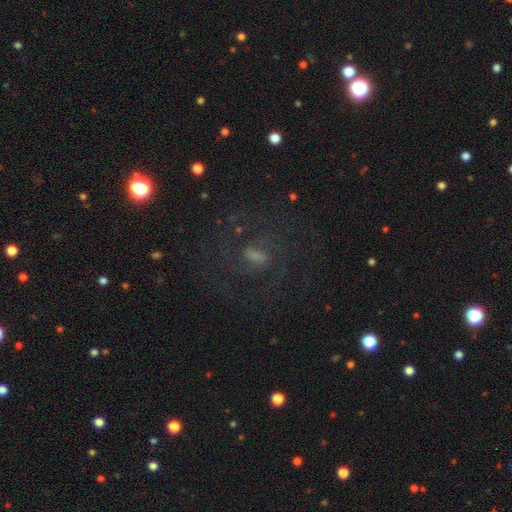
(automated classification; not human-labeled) Morphology: type=featured or disk (62%); edge-on=no (96%); bar=weak (50%); spiral arms=yes (87%); winding=medium (49%); arm count=2 (51%); bulge=moderate (34%); merging=none (65%).